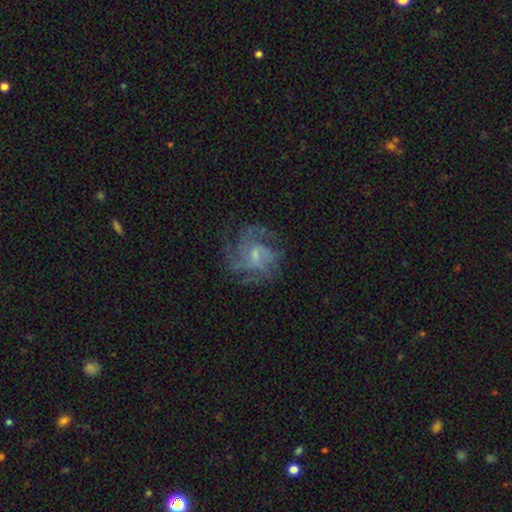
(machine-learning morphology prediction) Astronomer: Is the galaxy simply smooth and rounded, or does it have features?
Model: featured or disk — 77%.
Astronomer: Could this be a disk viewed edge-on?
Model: no — 98%.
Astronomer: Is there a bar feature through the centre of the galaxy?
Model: no — 49% (runner-up: weak, 45%).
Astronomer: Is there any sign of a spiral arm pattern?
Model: yes — 88%.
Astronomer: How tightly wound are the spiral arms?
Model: medium — 47% (runner-up: tight, 33%).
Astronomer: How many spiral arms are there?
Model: can't tell — 31% (runner-up: 4, 23%).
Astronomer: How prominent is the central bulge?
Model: small — 59%.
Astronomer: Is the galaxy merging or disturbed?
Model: none — 63%.